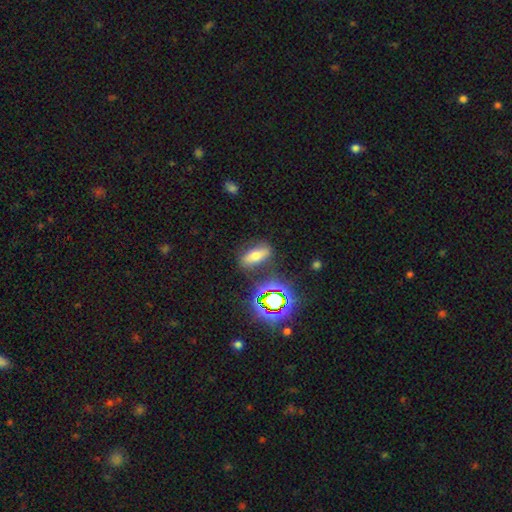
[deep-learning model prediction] The model was most divided on "smooth or featured": smooth: 53%, featured or disk: 24%, star or artifact: 23%. More confident: merging — none (81%); how rounded — in between (67%).